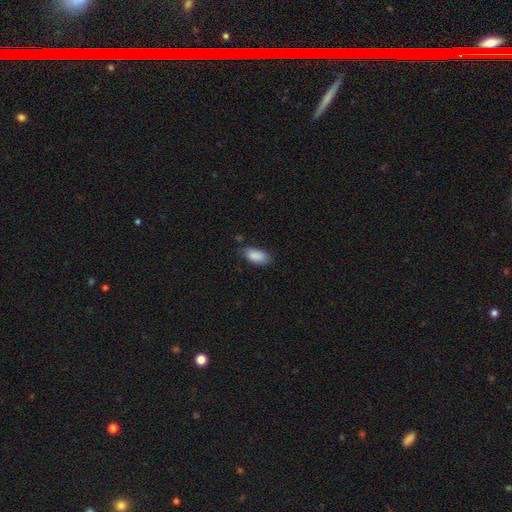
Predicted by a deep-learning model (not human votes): Overall: smooth (89%). How rounded: in between (92%). Merging: none (71%).